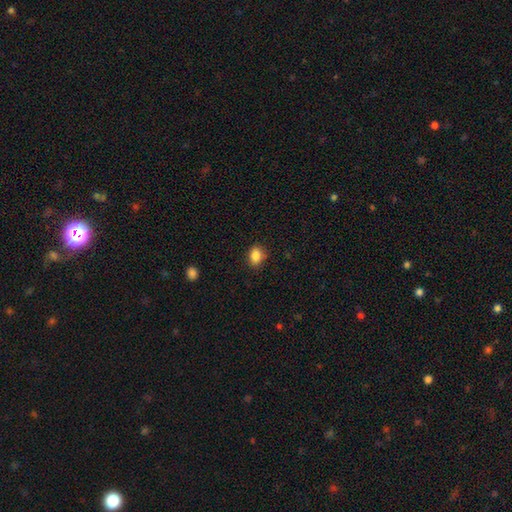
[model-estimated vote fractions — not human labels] This is clearly a smooth galaxy (86%). How rounded: likely in between (65%). Merging: clearly none (86%).